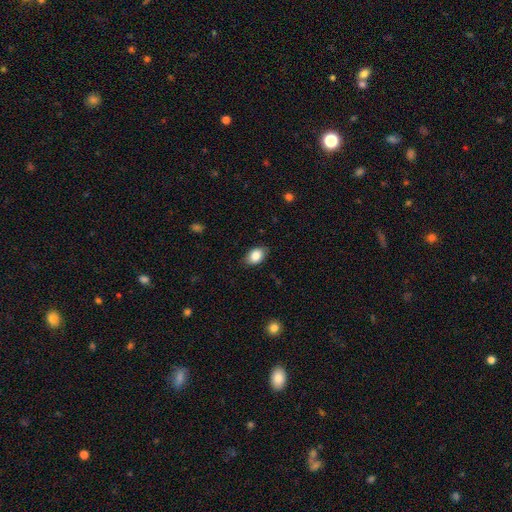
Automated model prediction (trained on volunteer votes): A smooth galaxy with no disk features (84%) that is in between round and cigar-shaped (85%). Merging: none (84%).